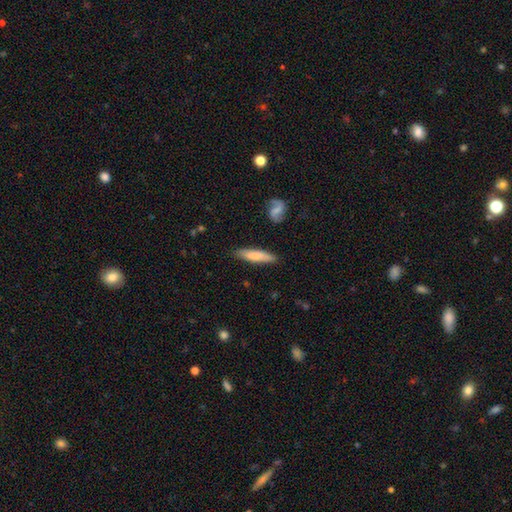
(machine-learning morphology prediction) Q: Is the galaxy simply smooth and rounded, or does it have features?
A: smooth — 76%.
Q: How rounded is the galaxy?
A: cigar-shaped — 79%.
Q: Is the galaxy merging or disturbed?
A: none — 83%.